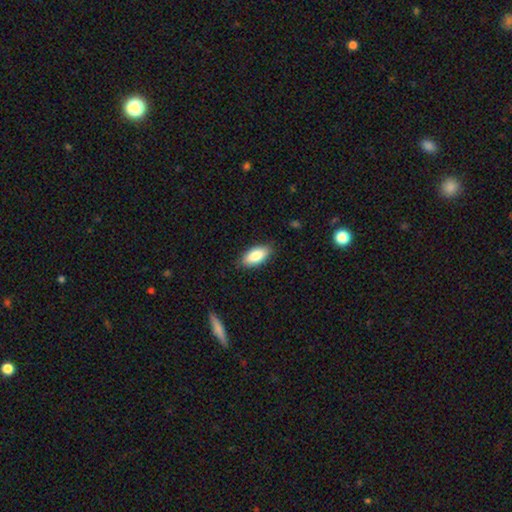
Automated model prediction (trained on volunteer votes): Smooth or featured? smooth (86%)
How rounded? in between (91%)
Merging? none (85%)